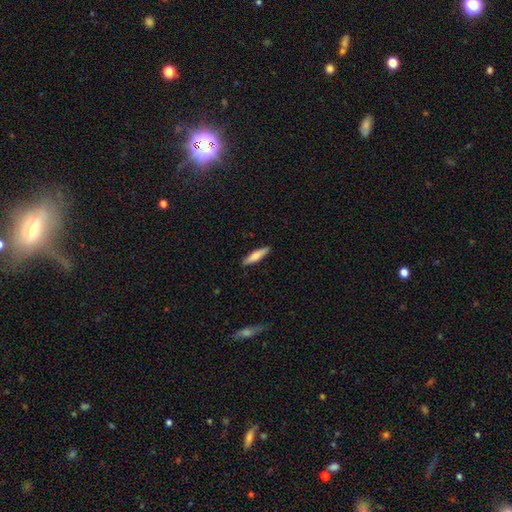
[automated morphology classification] Smooth or featured? smooth (72%)
How rounded? cigar-shaped (76%)
Merging? none (89%)